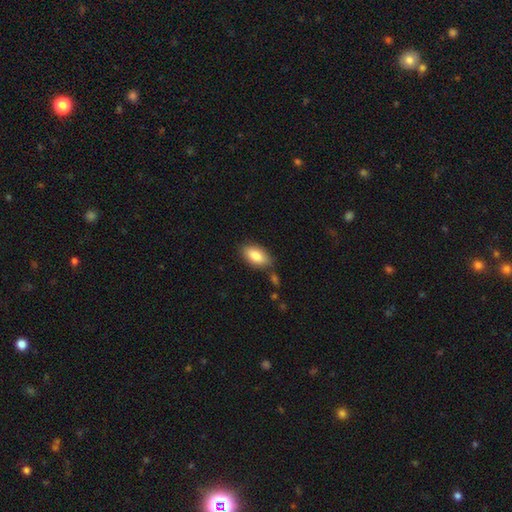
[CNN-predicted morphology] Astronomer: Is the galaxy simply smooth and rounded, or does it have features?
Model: smooth — 83%.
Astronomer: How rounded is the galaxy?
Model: in between — 92%.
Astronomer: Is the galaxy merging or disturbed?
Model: none — 79%.